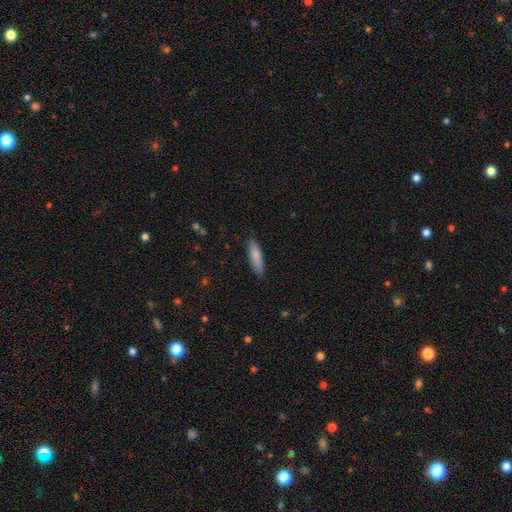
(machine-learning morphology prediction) smooth_or_featured: smooth (p=0.83) [alt: featured or disk p=0.11]
how_rounded: cigar-shaped (p=0.61) [alt: in between p=0.38]
merging: none (p=0.84) [alt: minor disturbance p=0.13]